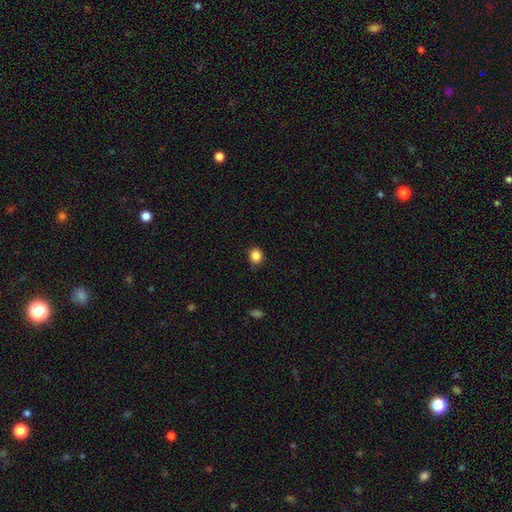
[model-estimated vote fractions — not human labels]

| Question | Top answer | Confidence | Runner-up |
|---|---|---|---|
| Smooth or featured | smooth | 85% | star or artifact (11%) |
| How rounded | round | 81% | in between (18%) |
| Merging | none | 82% | minor disturbance (14%) |